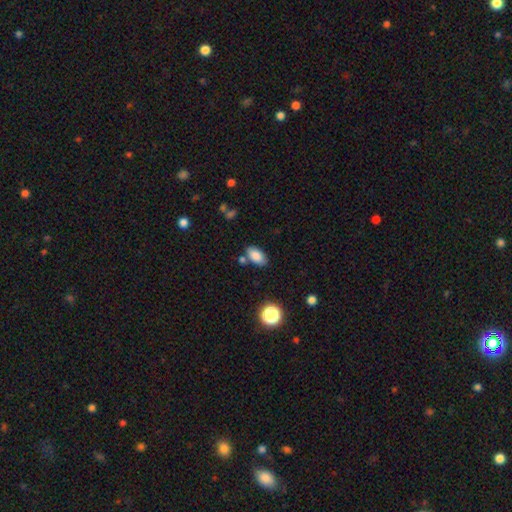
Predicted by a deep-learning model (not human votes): This is clearly a smooth galaxy (84%). How rounded: clearly in between (92%). Merging: likely none (75%).